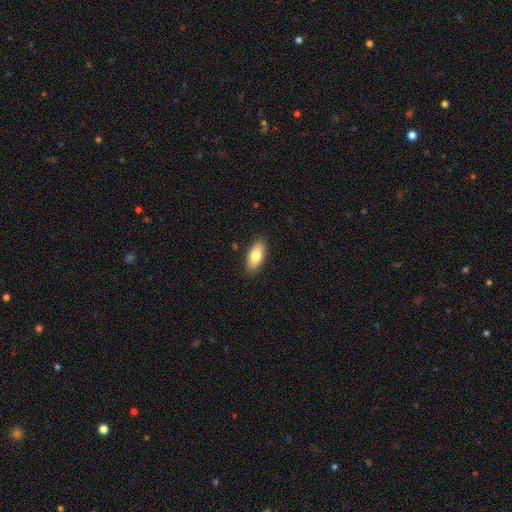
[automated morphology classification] smooth-or-featured: smooth: 79% | featured or disk: 15% | star or artifact: 6%
  how-rounded: in between: 87% | cigar-shaped: 10% | round: 3%
  merging: none: 89% | minor disturbance: 8% | major disturbance: 2% | merger: 1%